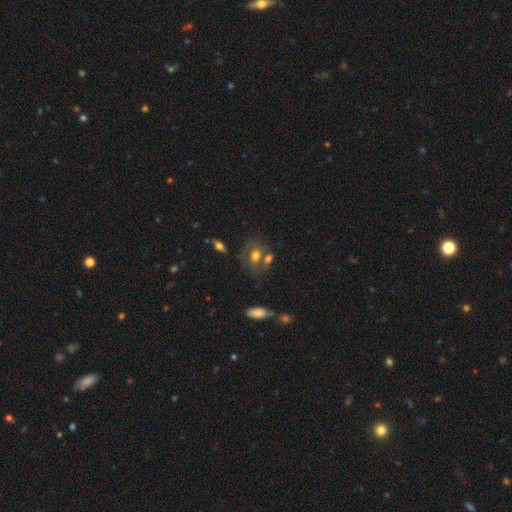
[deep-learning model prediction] smooth_or_featured: smooth (p=0.63) [alt: featured or disk p=0.27]
how_rounded: in between (p=0.61) [alt: round p=0.37]
merging: none (p=0.51) [alt: merger p=0.26]